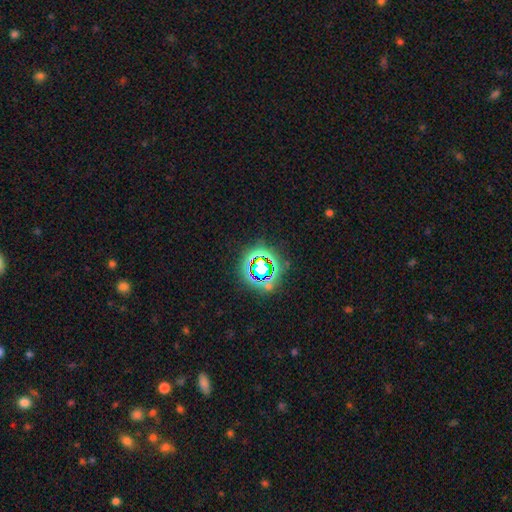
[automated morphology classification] Smooth or featured: star or artifact — 72% (smooth — 17%)